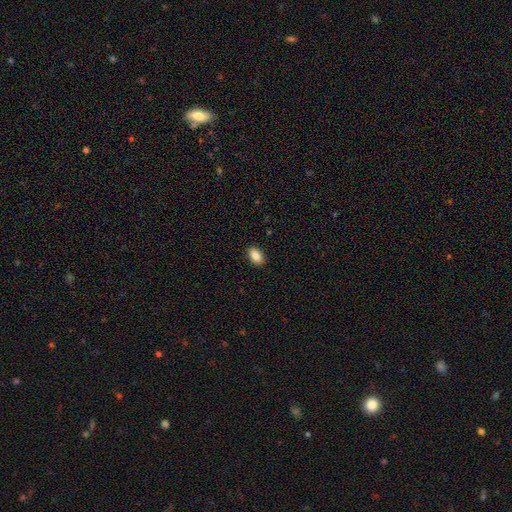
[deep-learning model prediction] Overall: smooth (87%). How rounded: in between (91%). Merging: none (90%).